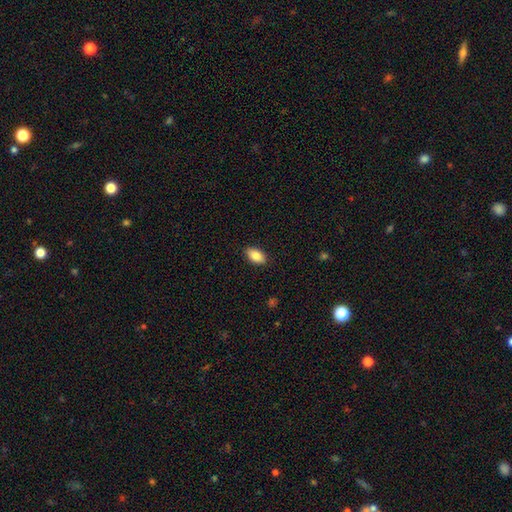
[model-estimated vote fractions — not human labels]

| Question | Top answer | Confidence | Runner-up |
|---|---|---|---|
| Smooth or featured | smooth | 87% | star or artifact (7%) |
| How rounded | in between | 92% | round (5%) |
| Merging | none | 88% | minor disturbance (9%) |